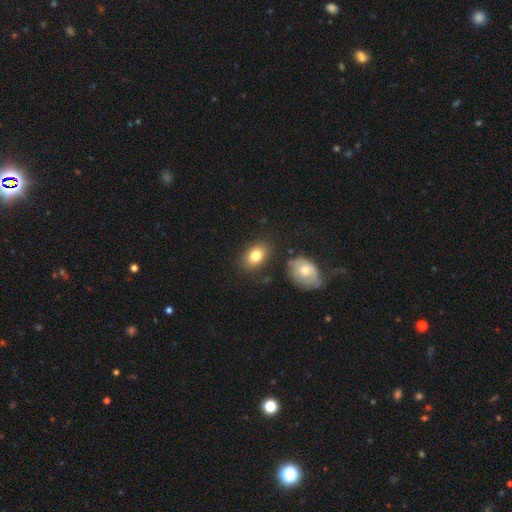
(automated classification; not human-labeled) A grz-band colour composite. It shows a smooth galaxy with no disk features (80%) that is in between round and cigar-shaped (79%). Merging: none (80%).